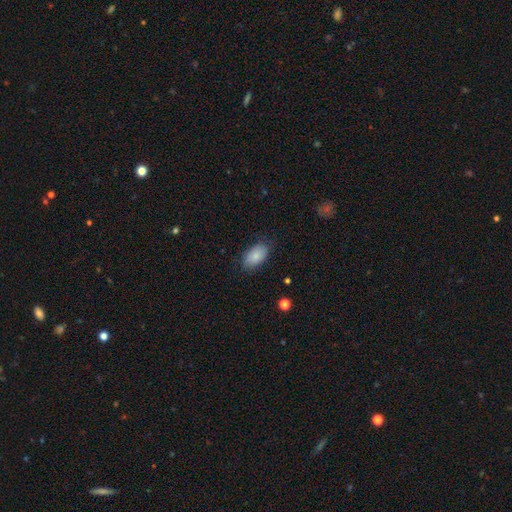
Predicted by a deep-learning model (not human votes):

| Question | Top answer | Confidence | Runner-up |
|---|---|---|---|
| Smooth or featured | smooth | 85% | featured or disk (8%) |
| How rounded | in between | 93% | round (5%) |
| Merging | none | 79% | minor disturbance (16%) |